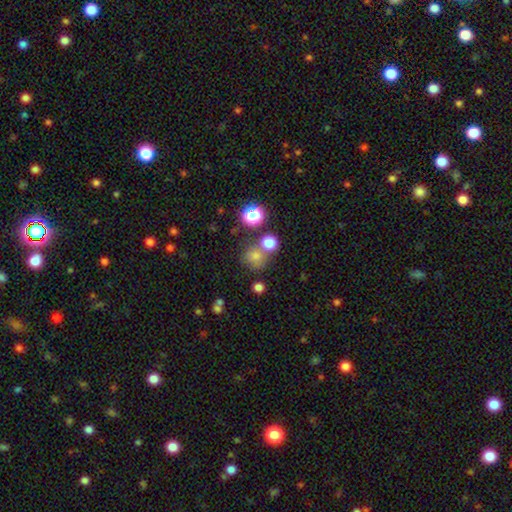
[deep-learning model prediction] A smooth galaxy with no disk features (69%) that is round (87%). Merging: none (66%).